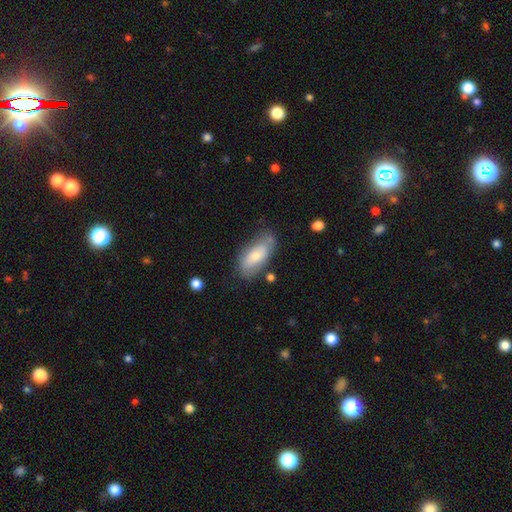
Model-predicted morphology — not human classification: A smooth galaxy with no disk features (65%) that is in between round and cigar-shaped (86%).

Vote fractions:
- Smooth or featured? smooth: 65% / featured or disk: 29% / star or artifact: 6%
- How rounded? in between: 86% / cigar-shaped: 12% / round: 3%
- Merging? none: 62% / minor disturbance: 25% / major disturbance: 8% / merger: 5%